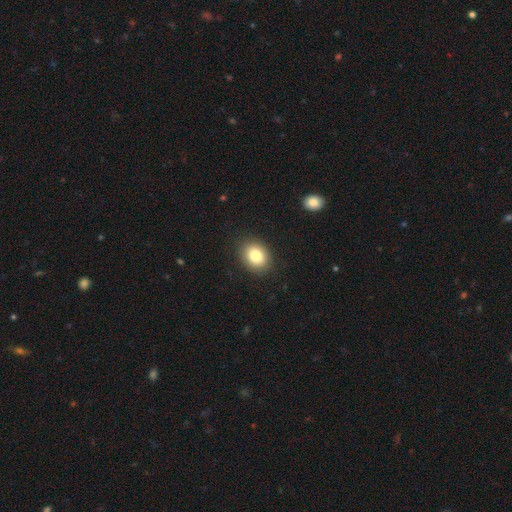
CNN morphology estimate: Smooth or featured?
  - smooth: 83% *
  - star or artifact: 9%
  - featured or disk: 8%
How rounded?
  - in between: 50% * (tied)
  - round: 50% * (tied)
  - cigar-shaped: 1%
Merging?
  - none: 89% *
  - minor disturbance: 8%
  - major disturbance: 2%
  - merger: 1%